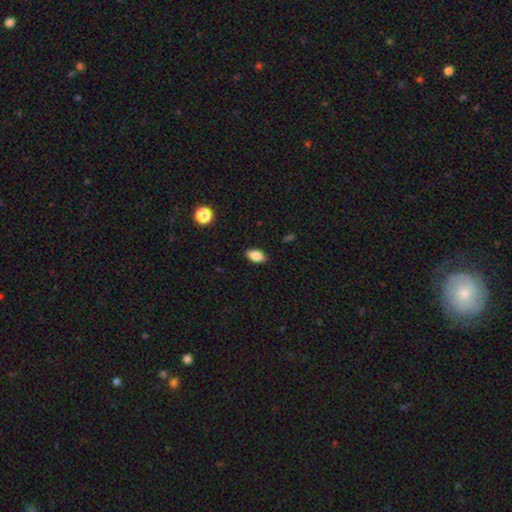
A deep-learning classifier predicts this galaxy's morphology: A smooth galaxy with no disk features (86%) that is in between round and cigar-shaped (91%).

Vote fractions:
- Smooth or featured? smooth: 86% / star or artifact: 8% / featured or disk: 5%
- How rounded? in between: 91% / round: 6% / cigar-shaped: 3%
- Merging? none: 88% / minor disturbance: 9% / major disturbance: 2% / merger: 1%